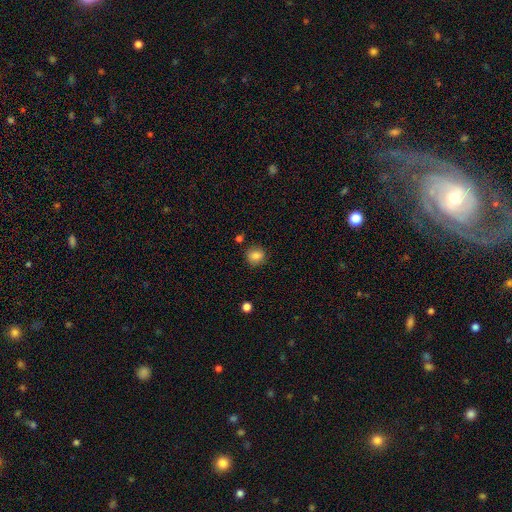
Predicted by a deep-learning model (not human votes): Smooth or featured: smooth — 83% (star or artifact — 10%)
How rounded: round — 78% (in between — 21%)
Merging: none — 82% (minor disturbance — 12%)